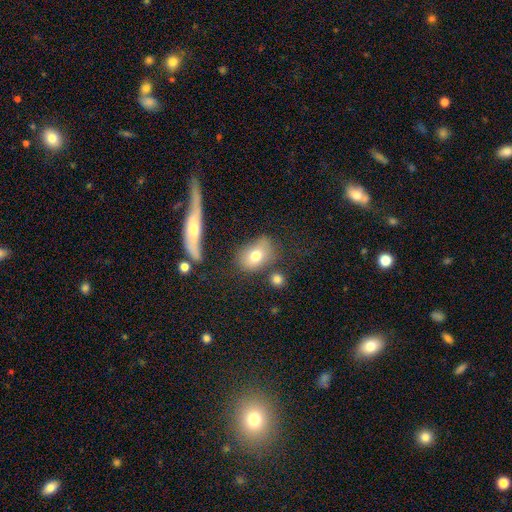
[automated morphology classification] smooth 73%, featured or disk 17%, star or artifact 9%. Down the decision tree: how rounded — in between (73%); merging — none (61%).